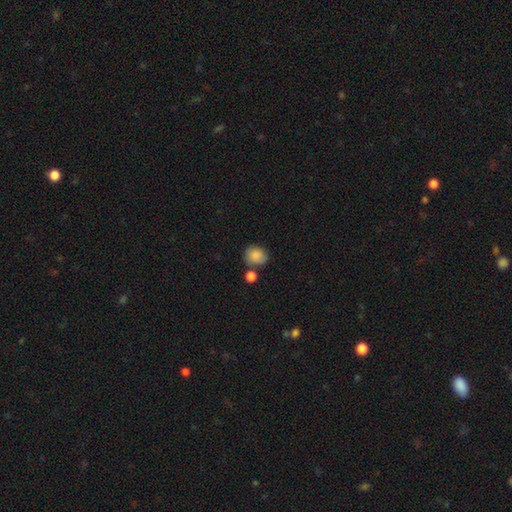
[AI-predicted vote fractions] Smooth or featured? Predicted: smooth (p=0.86). How rounded? Predicted: round (p=0.62). Merging? Predicted: none (p=0.64).